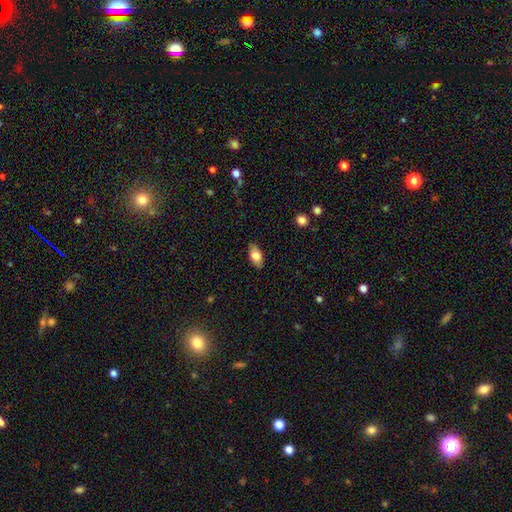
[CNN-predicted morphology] Overall: smooth (77%). How rounded: in between (89%). Merging: none (86%).